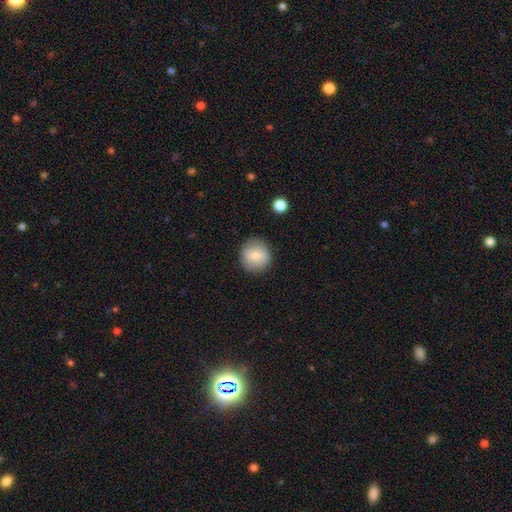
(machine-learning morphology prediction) Smooth or featured? smooth (74%)
How rounded? round (91%)
Merging? none (86%)